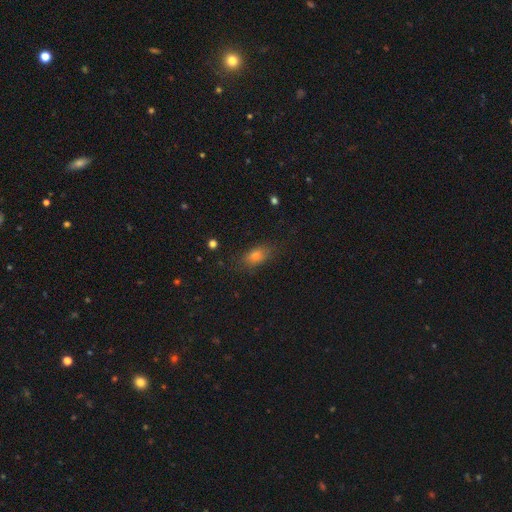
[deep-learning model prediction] Smooth or featured? Predicted: smooth (p=0.73). How rounded? Predicted: in between (p=0.76). Merging? Predicted: none (p=0.79).